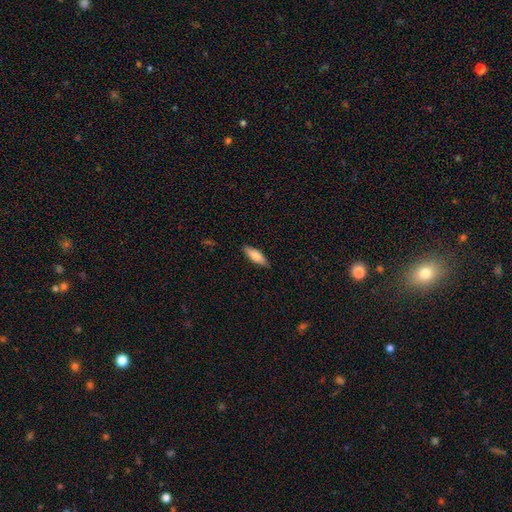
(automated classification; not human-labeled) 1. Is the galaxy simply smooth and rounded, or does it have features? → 77% smooth, 18% featured or disk, 6% star or artifact.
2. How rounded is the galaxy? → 51% in between, 48% cigar-shaped, 2% round.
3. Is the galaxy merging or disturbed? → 87% none, 10% minor disturbance, 2% major disturbance, 1% merger.